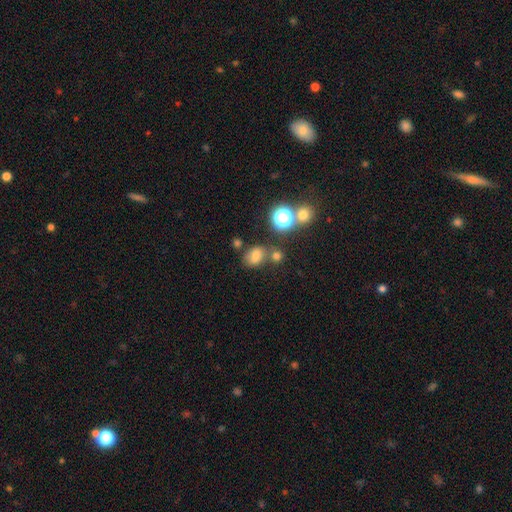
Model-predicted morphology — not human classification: This appears to be a smooth galaxy with no disk features (70%) that is in between round and cigar-shaped (60%). Merging: none (62%).